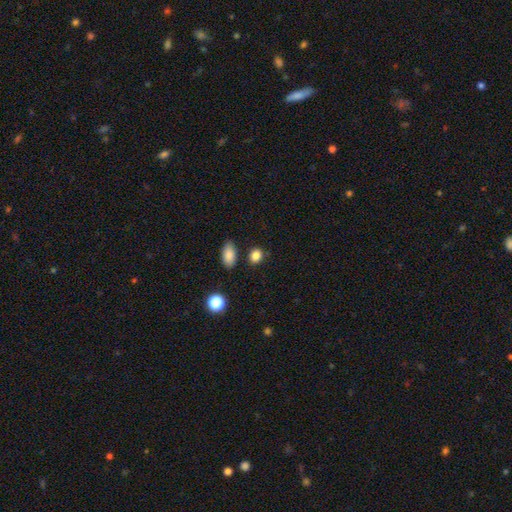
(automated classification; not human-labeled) A smooth galaxy with no disk features (85%) that is round (51%). Merging: none (81%).